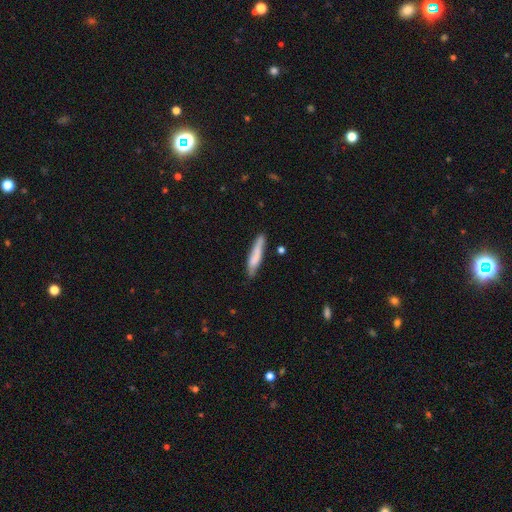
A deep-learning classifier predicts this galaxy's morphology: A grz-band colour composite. It shows a smooth galaxy with no disk features (72%) that is cigar-shaped (88%). Merging: none (73%).